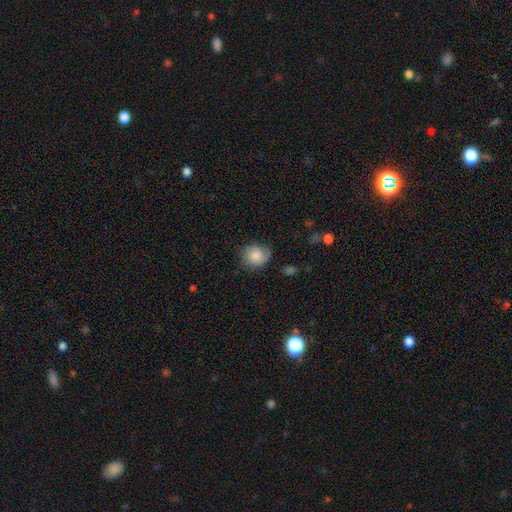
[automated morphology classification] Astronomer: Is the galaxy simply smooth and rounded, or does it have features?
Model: smooth — 77%.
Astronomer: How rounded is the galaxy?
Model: round — 70%.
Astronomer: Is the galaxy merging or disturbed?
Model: none — 64%.